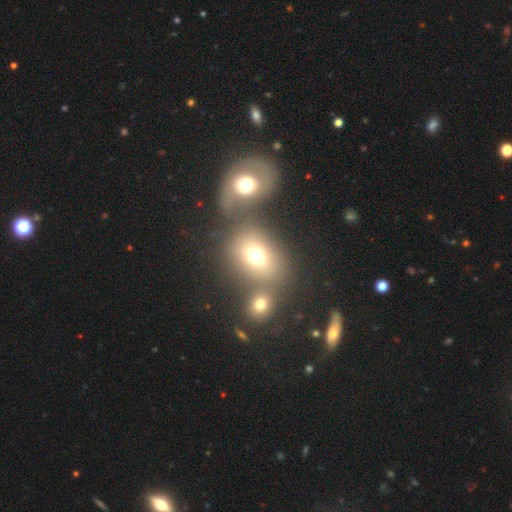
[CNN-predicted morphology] smooth-or-featured: smooth: 73% | featured or disk: 15% | star or artifact: 12%
  how-rounded: in between: 50% | round: 49% | cigar-shaped: 1%
  merging: none: 45% | merger: 39% | minor disturbance: 10% | major disturbance: 6%